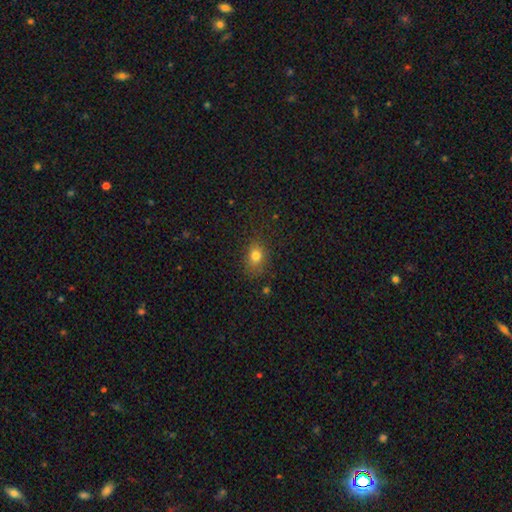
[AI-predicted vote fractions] smooth 79%, star or artifact 12%, featured or disk 8%. Down the decision tree: how rounded — in between (63%); merging — none (80%).